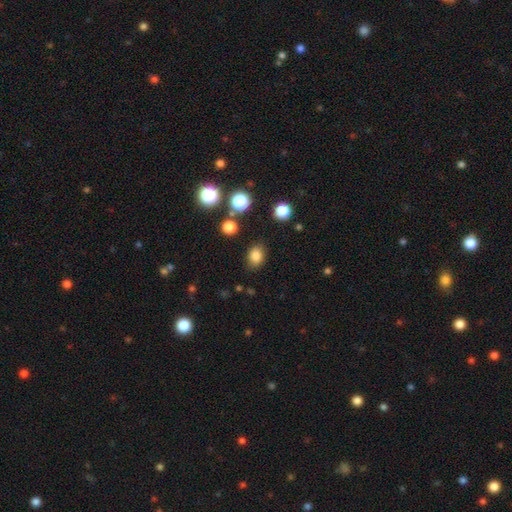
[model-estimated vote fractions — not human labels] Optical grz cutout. It shows a smooth galaxy with no disk features (82%) that is in between round and cigar-shaped (59%). Merging: none (83%).